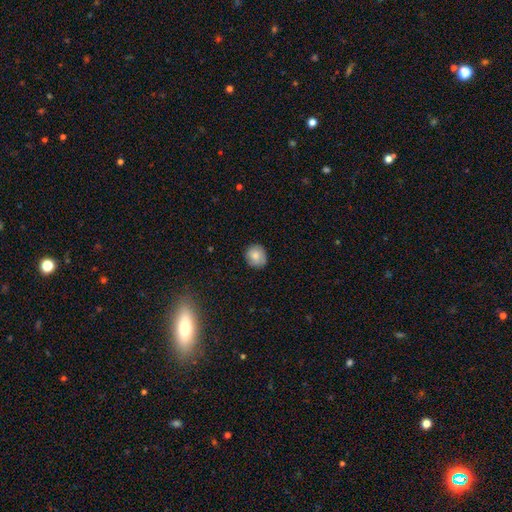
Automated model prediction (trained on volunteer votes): A smooth galaxy with no disk features (79%) that is round (88%).

Vote fractions:
- Smooth or featured? smooth: 79% / featured or disk: 12% / star or artifact: 8%
- How rounded? round: 88% / in between: 11% / cigar-shaped: 1%
- Merging? none: 84% / minor disturbance: 13% / major disturbance: 2% / merger: 1%